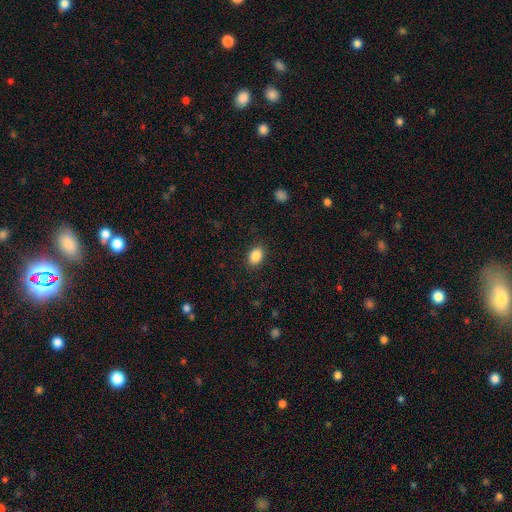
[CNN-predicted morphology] Smooth or featured: smooth — 87% (star or artifact — 9%)
How rounded: in between — 80% (round — 19%)
Merging: none — 88% (minor disturbance — 8%)